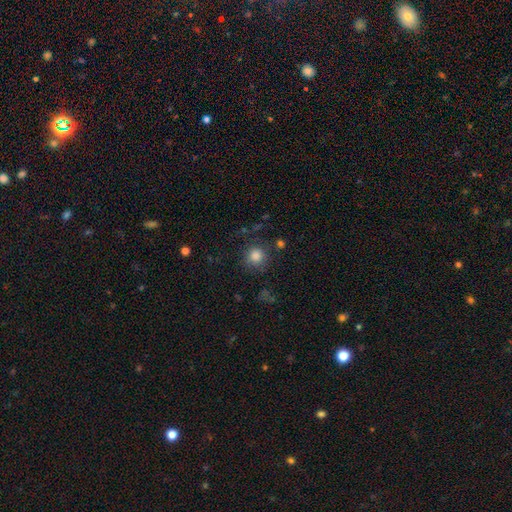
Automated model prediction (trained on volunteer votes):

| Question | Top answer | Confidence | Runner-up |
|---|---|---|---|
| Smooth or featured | smooth | 84% | star or artifact (11%) |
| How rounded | round | 93% | in between (6%) |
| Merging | none | 80% | minor disturbance (11%) |